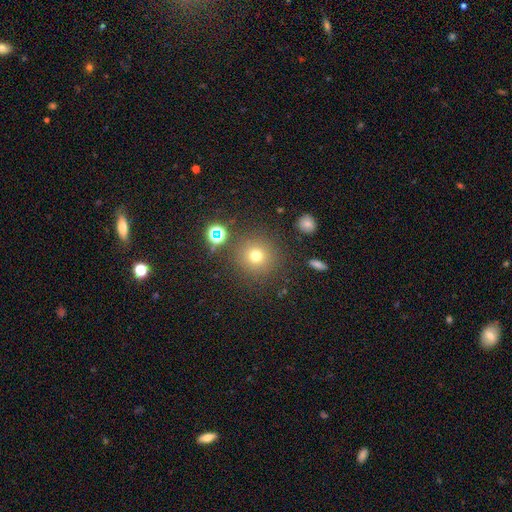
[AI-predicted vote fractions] The model was most divided on "smooth or featured": smooth: 72%, star or artifact: 19%, featured or disk: 9%. More confident: how rounded — round (95%); merging — none (86%).